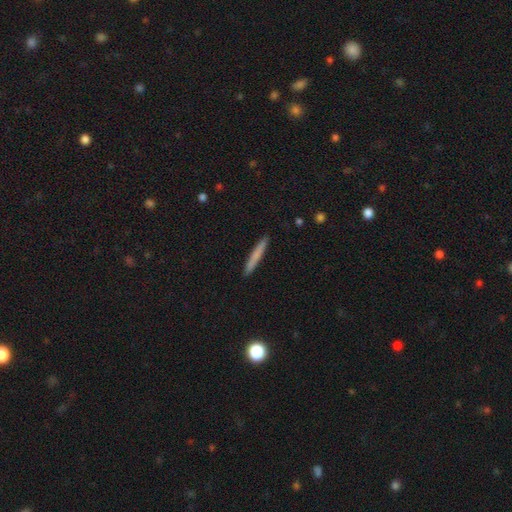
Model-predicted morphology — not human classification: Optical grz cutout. It shows a smooth galaxy with no disk features (72%) that is cigar-shaped (96%). Merging: none (92%).